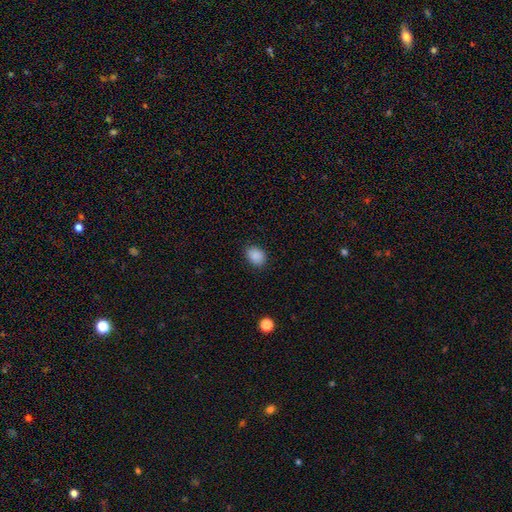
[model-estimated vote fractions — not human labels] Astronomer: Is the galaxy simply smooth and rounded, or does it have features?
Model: smooth — 88%.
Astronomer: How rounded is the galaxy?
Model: in between — 62%.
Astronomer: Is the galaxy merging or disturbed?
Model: none — 84%.